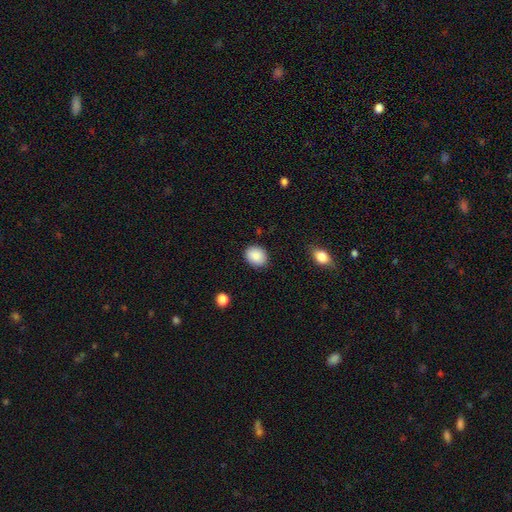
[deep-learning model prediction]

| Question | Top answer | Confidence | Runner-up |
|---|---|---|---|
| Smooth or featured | smooth | 88% | star or artifact (8%) |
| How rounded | in between | 50% | round (49%) |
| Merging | none | 87% | minor disturbance (9%) |